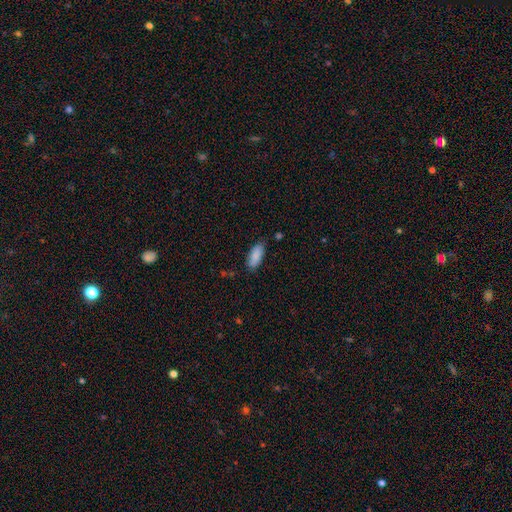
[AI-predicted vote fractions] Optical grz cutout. It shows a smooth galaxy with no disk features (88%) that is in between round and cigar-shaped (78%). Merging: none (81%).